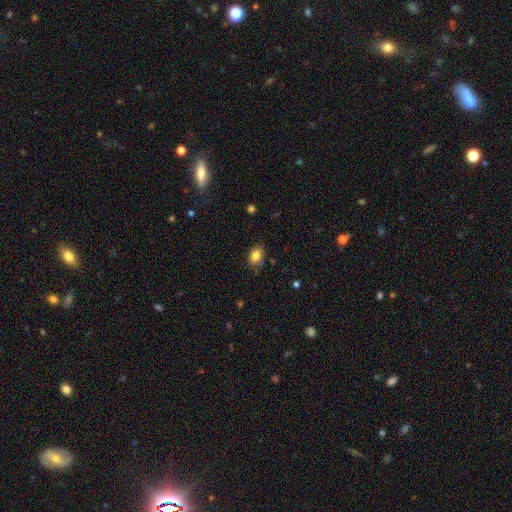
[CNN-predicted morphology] A smooth galaxy with no disk features (82%) that is in between round and cigar-shaped (75%).

Vote fractions:
- Smooth or featured? smooth: 82% / star or artifact: 9% / featured or disk: 8%
- How rounded? in between: 75% / round: 23% / cigar-shaped: 1%
- Merging? none: 76% / minor disturbance: 19% / major disturbance: 4% / merger: 2%